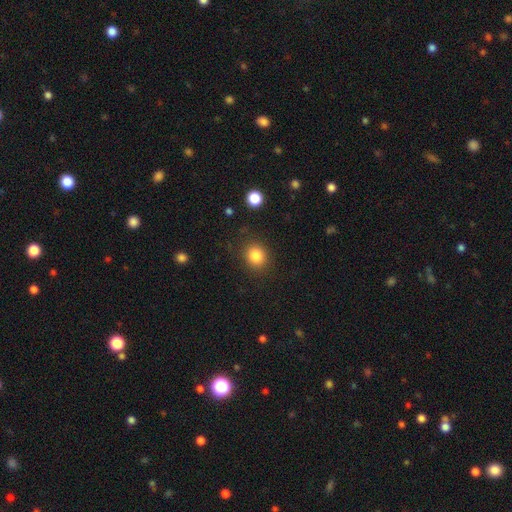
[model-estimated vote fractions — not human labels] This appears to be a smooth galaxy with no disk features (84%) that is round (80%). Merging: none (87%).